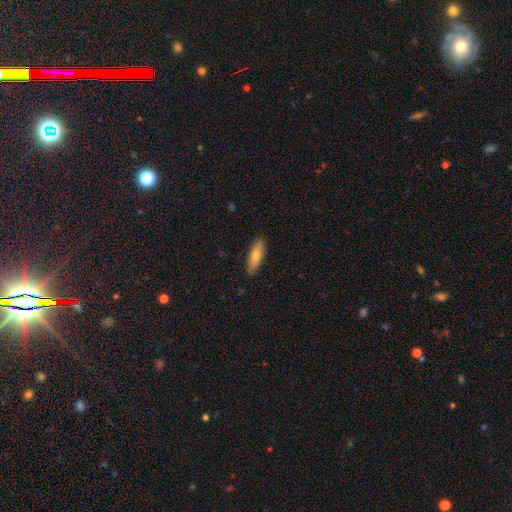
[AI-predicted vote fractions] Overall: smooth (75%). How rounded: cigar-shaped (51%; in between 47%). Merging: none (87%).